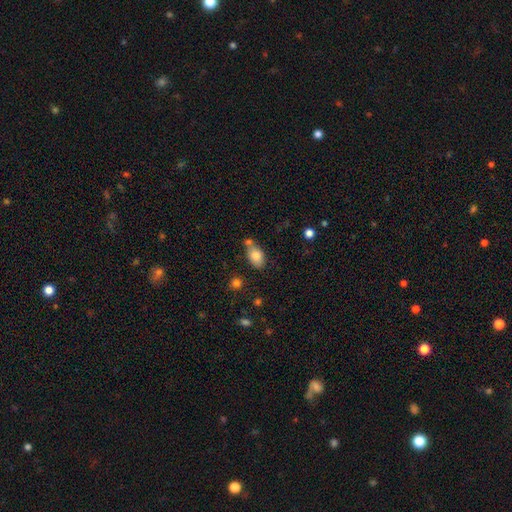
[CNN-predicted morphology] A smooth galaxy with no disk features (81%) that is in between round and cigar-shaped (87%).

Vote fractions:
- Smooth or featured? smooth: 81% / featured or disk: 10% / star or artifact: 8%
- How rounded? in between: 87% / round: 11% / cigar-shaped: 2%
- Merging? none: 58% / merger: 20% / minor disturbance: 18% / major disturbance: 5%